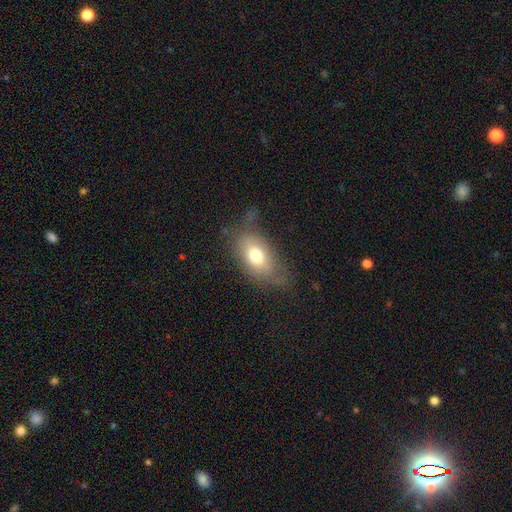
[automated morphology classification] Overall: smooth (72%). How rounded: in between (85%). Merging: none (62%; minor disturbance 24%).